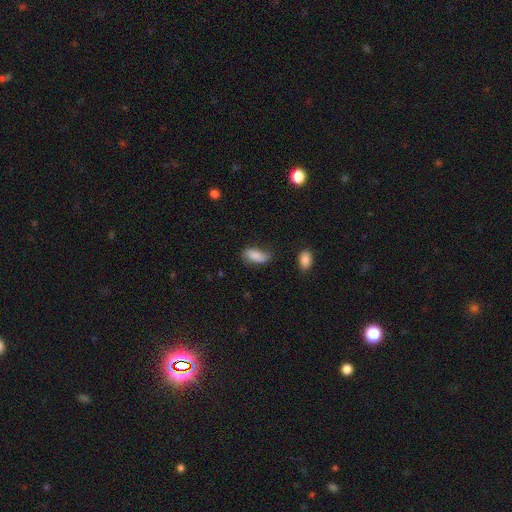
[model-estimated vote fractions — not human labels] Overall: smooth (82%). How rounded: in between (90%). Merging: none (56%; minor disturbance 31%).